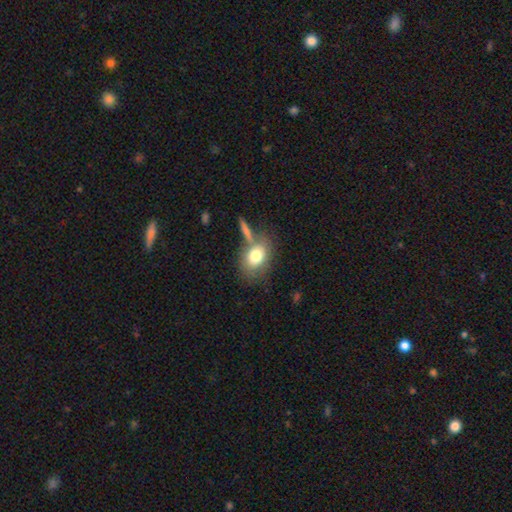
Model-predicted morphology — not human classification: This is likely a smooth galaxy (75%). How rounded: likely in between (71%). Merging: possibly none (55%).